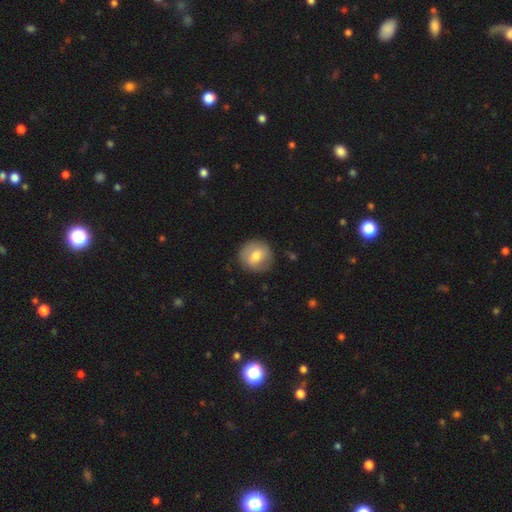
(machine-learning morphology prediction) Smooth or featured?
  - smooth: 68% *
  - featured or disk: 24%
  - star or artifact: 7%
How rounded?
  - round: 90% *
  - in between: 9%
  - cigar-shaped: 1%
Merging?
  - none: 85% *
  - minor disturbance: 10%
  - major disturbance: 3%
  - merger: 1%